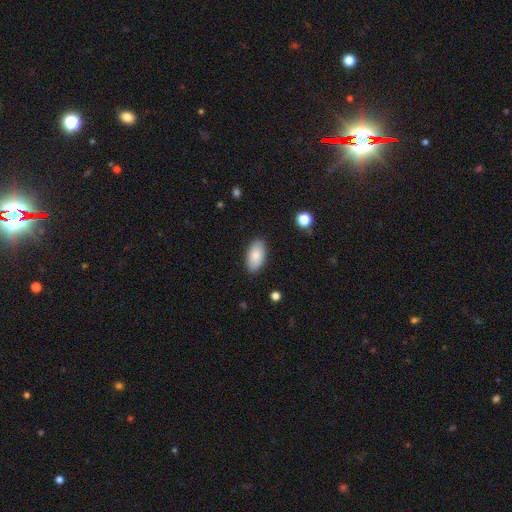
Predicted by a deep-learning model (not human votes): Smooth or featured?
  - smooth: 83% *
  - featured or disk: 10%
  - star or artifact: 6%
How rounded?
  - in between: 95% *
  - round: 3%
  - cigar-shaped: 2%
Merging?
  - none: 87% *
  - minor disturbance: 10%
  - major disturbance: 2%
  - merger: 1%